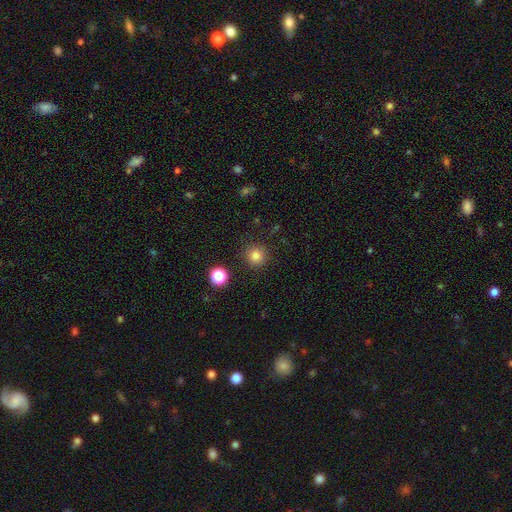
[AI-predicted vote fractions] smooth_or_featured: smooth (p=0.81) [alt: star or artifact p=0.13]
how_rounded: round (p=0.95) [alt: in between p=0.04]
merging: none (p=0.90) [alt: minor disturbance p=0.06]